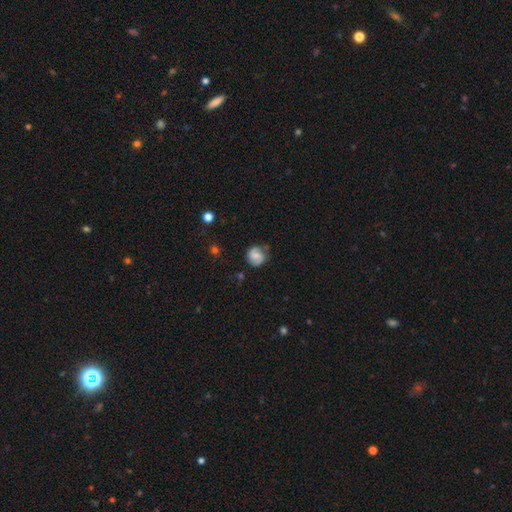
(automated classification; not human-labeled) A featured or disk galaxy (60%) with no bar (45%), 2 (81%) medium (45%) spiral arms (92%) and a small central bulge (40%).

Vote fractions:
- Smooth or featured? featured or disk: 60% / smooth: 32% / star or artifact: 8%
- Edge-on disk? no: 98% / yes: 2%
- Bar? no: 45% / weak: 44% / strong: 10%
- Spiral arms? yes: 92% / no: 8%
- Spiral winding? medium: 45% / tight: 35% / loose: 20%
- Spiral arm count? 2: 81% / 1: 8% / can't tell: 8% / 3: 2% / 4: 1% / more than 4: 1%
- Bulge size? small: 40% / moderate: 35% / none: 19% / large: 4% / dominant: 1%
- Merging? none: 69% / minor disturbance: 22% / major disturbance: 7% / merger: 2%